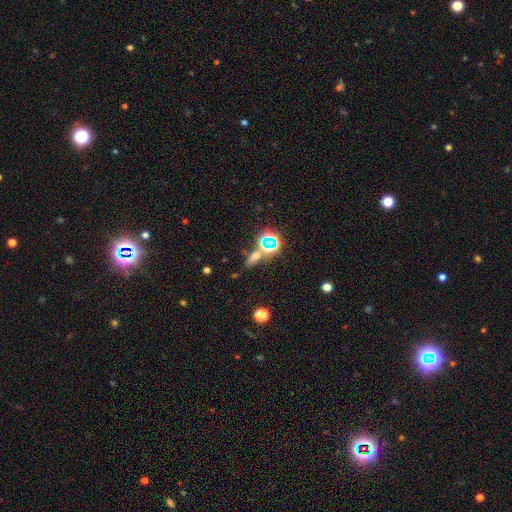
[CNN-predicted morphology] Q: Smooth or featured?
A: smooth (44%); runner-up: star or artifact (39%)
Q: Merging?
A: none (64%); runner-up: merger (20%)